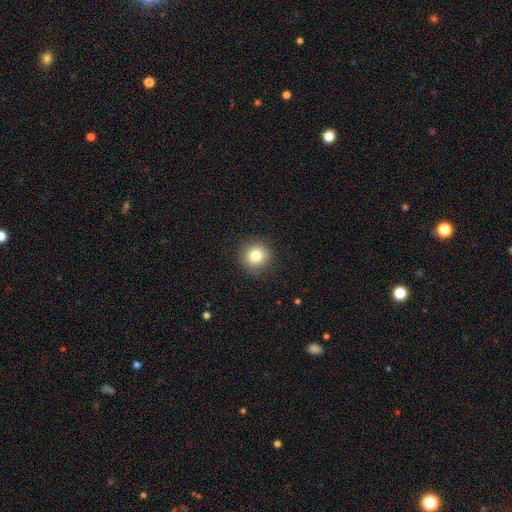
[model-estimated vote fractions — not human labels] The model was most divided on "smooth or featured": smooth: 80%, star or artifact: 11%, featured or disk: 9%. More confident: how rounded — round (94%); merging — none (90%).